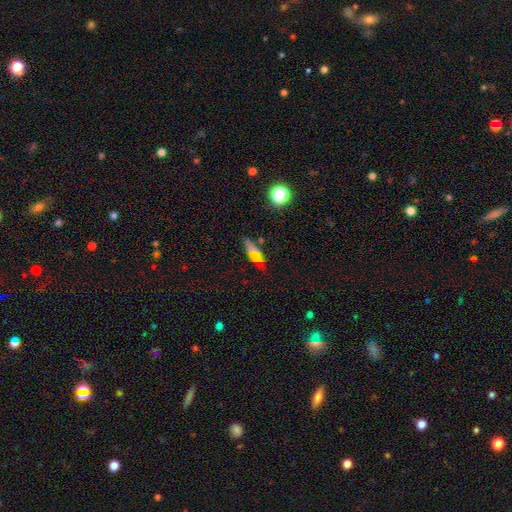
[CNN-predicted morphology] Smooth or featured?
  - smooth: 63% *
  - star or artifact: 21%
  - featured or disk: 16%
How rounded?
  - in between: 61% *
  - cigar-shaped: 33%
  - round: 6%
Merging?
  - none: 76% *
  - minor disturbance: 16%
  - major disturbance: 5%
  - merger: 4%